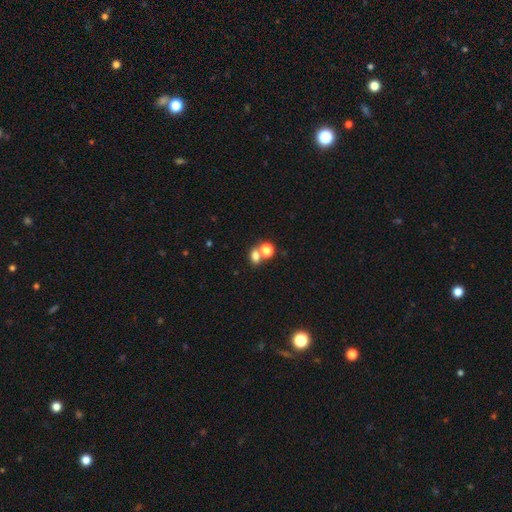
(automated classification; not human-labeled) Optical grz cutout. It shows a smooth galaxy with no disk features (75%) that is in between round and cigar-shaped (58%). Merging: none (44%).